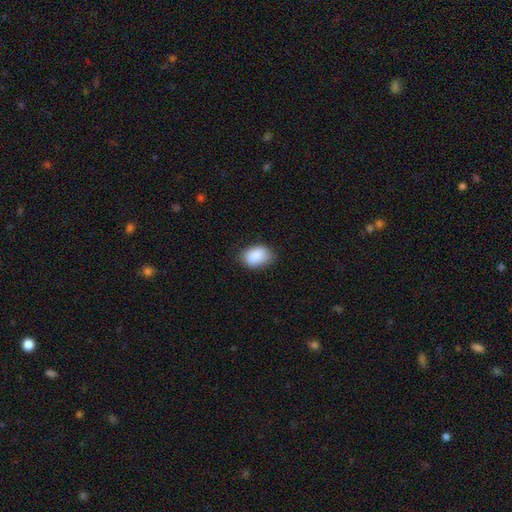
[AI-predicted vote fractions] This appears to be a smooth galaxy with no disk features (89%) that is in between round and cigar-shaped (82%). Merging: none (76%).